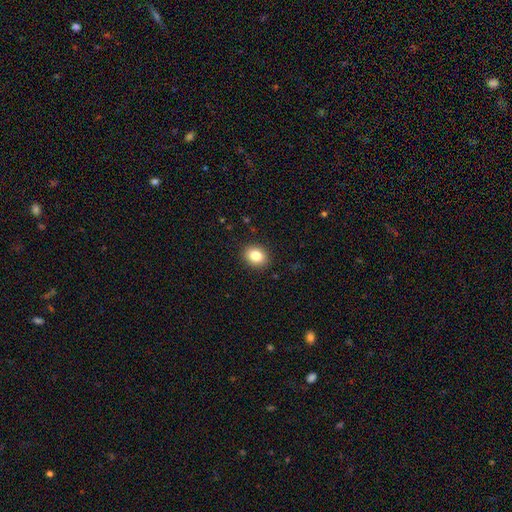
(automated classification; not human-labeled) A smooth galaxy with no disk features (83%) that is round (55%).

Vote fractions:
- Smooth or featured? smooth: 83% / star or artifact: 10% / featured or disk: 7%
- How rounded? round: 55% / in between: 44% / cigar-shaped: 1%
- Merging? none: 90% / minor disturbance: 7% / major disturbance: 2% / merger: 1%